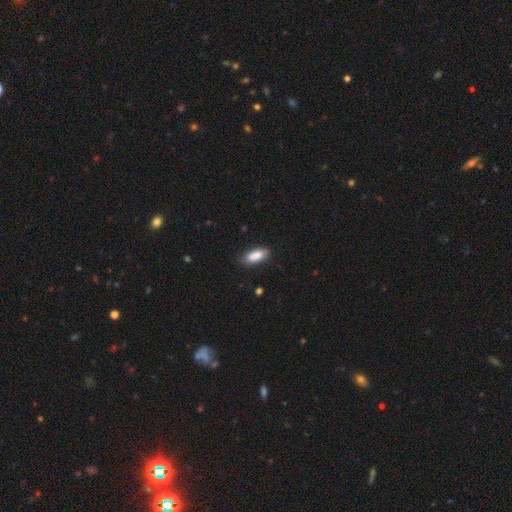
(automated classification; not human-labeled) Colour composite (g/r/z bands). It shows a smooth galaxy with no disk features (85%) that is in between round and cigar-shaped (79%). Merging: none (80%).